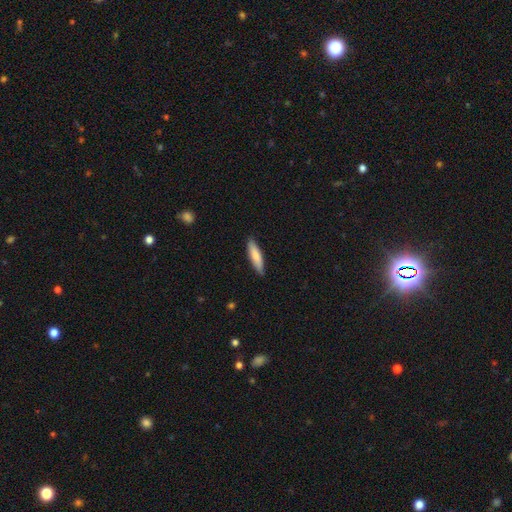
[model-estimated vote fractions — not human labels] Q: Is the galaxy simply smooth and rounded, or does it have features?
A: smooth — 78%.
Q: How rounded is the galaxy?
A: cigar-shaped — 72%.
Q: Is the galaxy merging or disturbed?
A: none — 85%.